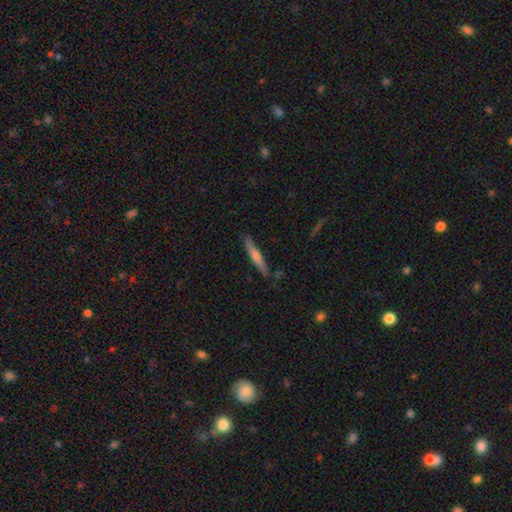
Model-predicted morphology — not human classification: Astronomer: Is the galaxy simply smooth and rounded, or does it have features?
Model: featured or disk — 56% (runner-up: smooth, 38%).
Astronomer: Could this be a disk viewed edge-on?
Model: yes — 97%.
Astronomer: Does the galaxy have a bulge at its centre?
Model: rounded — 65%.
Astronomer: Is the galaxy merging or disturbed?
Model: none — 86%.